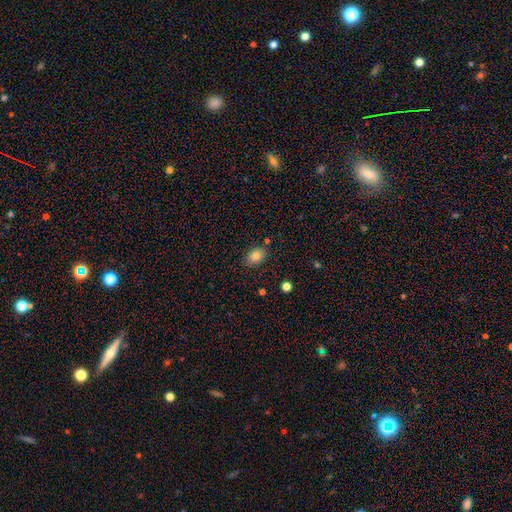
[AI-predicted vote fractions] smooth 82%, star or artifact 9%, featured or disk 9%. Down the decision tree: how rounded — in between (80%); merging — none (82%).